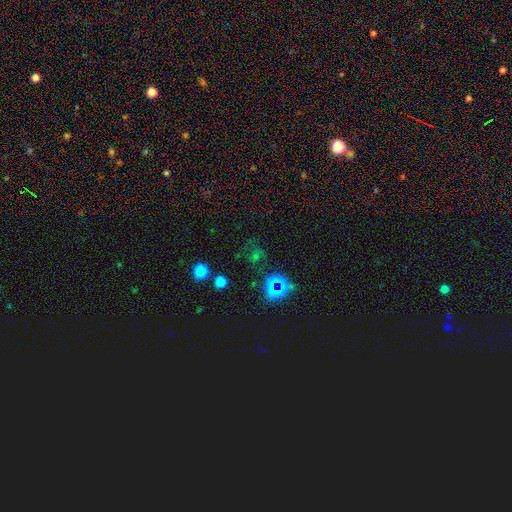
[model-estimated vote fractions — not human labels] smooth-or-featured: star or artifact: 58% | smooth: 30% | featured or disk: 12%